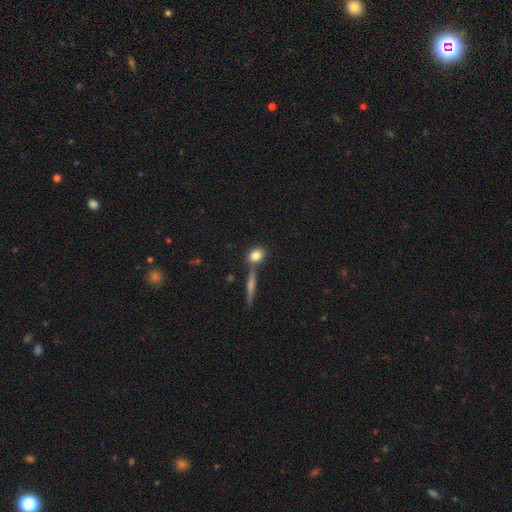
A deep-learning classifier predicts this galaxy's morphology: smooth-or-featured: smooth: 80% | featured or disk: 11% | star or artifact: 9%
  how-rounded: round: 49% | in between: 43% | cigar-shaped: 8%
  merging: none: 64% | merger: 19% | minor disturbance: 12% | major disturbance: 4%